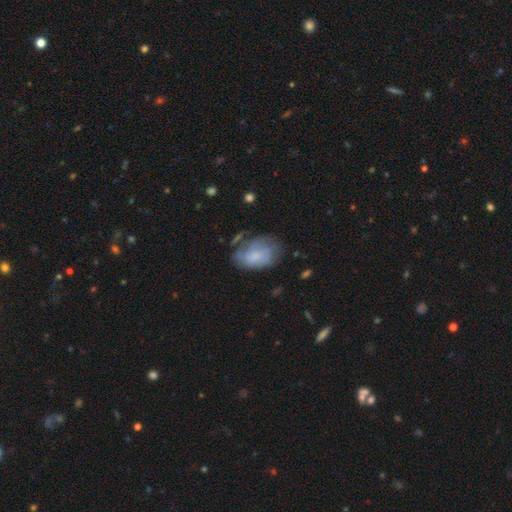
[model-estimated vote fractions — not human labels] Q: Smooth or featured?
A: smooth (56%); runner-up: featured or disk (36%)
Q: How rounded?
A: in between (85%); runner-up: round (14%)
Q: Merging?
A: none (46%); runner-up: minor disturbance (30%)